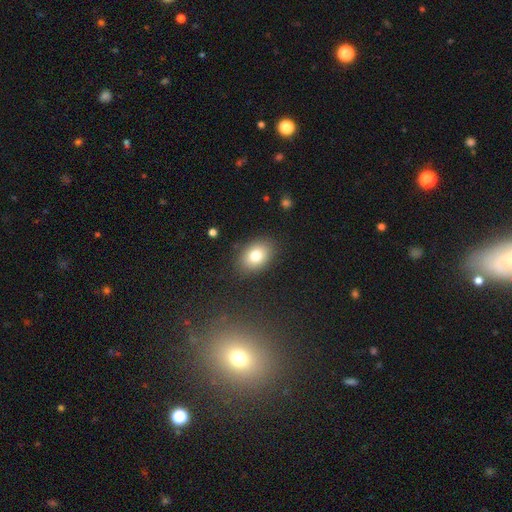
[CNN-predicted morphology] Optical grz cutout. It shows a smooth galaxy with no disk features (79%) that is in between round and cigar-shaped (78%). Merging: none (86%).